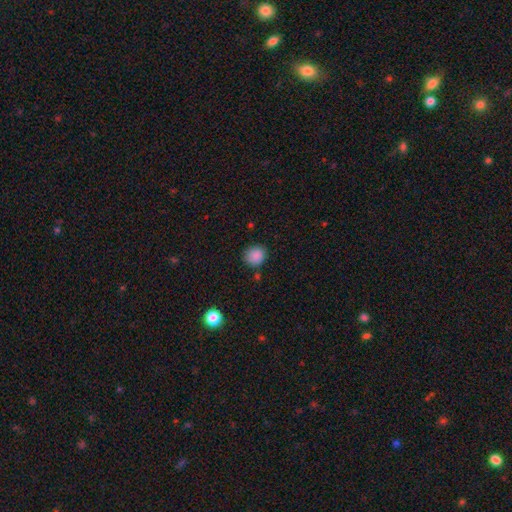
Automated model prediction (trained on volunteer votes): smooth_or_featured: smooth (p=0.88) [alt: star or artifact p=0.09]
how_rounded: round (p=0.80) [alt: in between p=0.19]
merging: none (p=0.81) [alt: minor disturbance p=0.13]